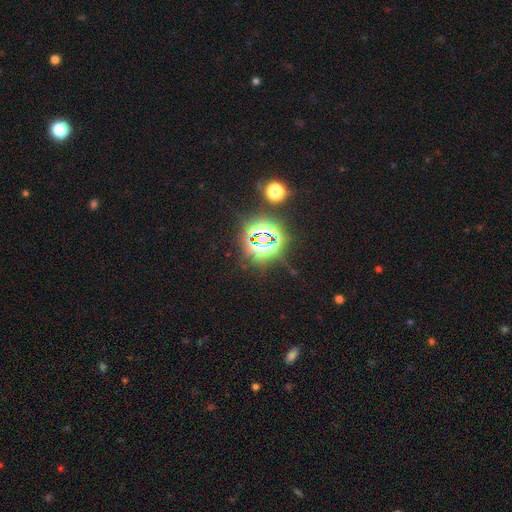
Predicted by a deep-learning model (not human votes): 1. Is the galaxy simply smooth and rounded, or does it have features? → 77% star or artifact, 18% smooth, 5% featured or disk.